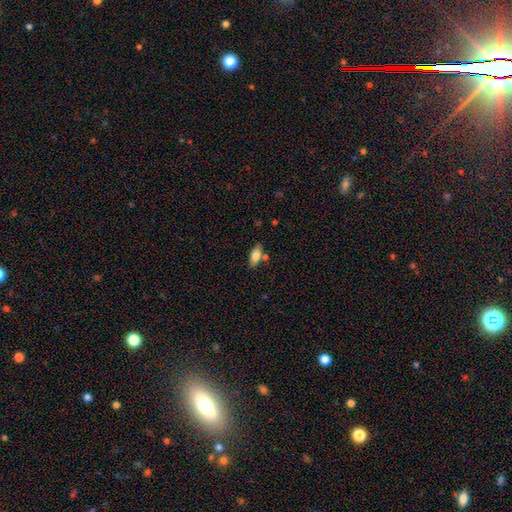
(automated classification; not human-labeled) smooth-or-featured: smooth: 78% | featured or disk: 15% | star or artifact: 7%
  how-rounded: in between: 83% | cigar-shaped: 14% | round: 3%
  merging: none: 74% | minor disturbance: 13% | merger: 10% | major disturbance: 3%